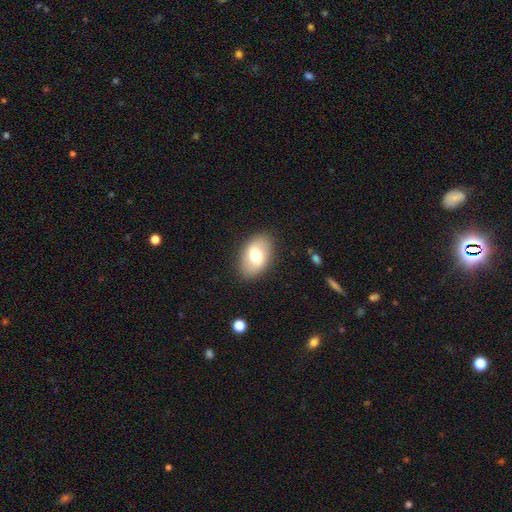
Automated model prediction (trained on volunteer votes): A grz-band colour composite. It shows a smooth galaxy with no disk features (63%) that is in between round and cigar-shaped (87%). Merging: none (86%).